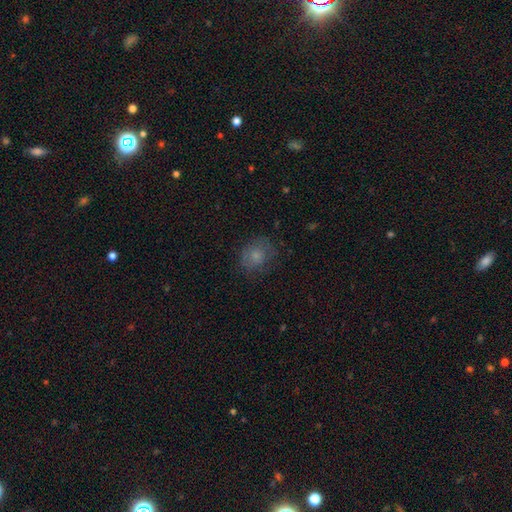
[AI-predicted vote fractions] Smooth or featured? Predicted: smooth (p=0.70). How rounded? Predicted: round (p=0.66). Merging? Predicted: none (p=0.67).